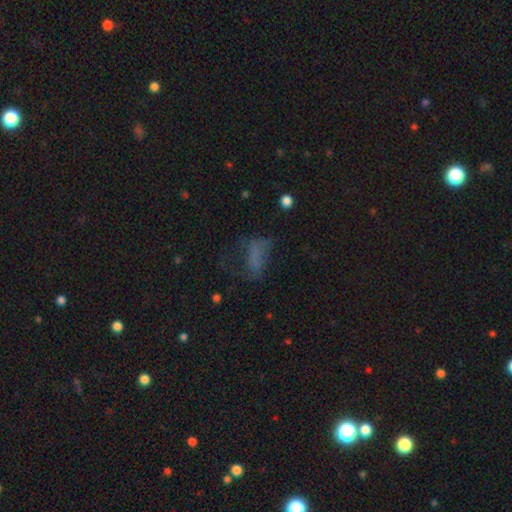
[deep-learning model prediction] The model was most divided on "merging": none: 38%, major disturbance: 37%, minor disturbance: 22%, merger: 4%. More confident: how rounded — in between (75%); smooth or featured — smooth (51%).